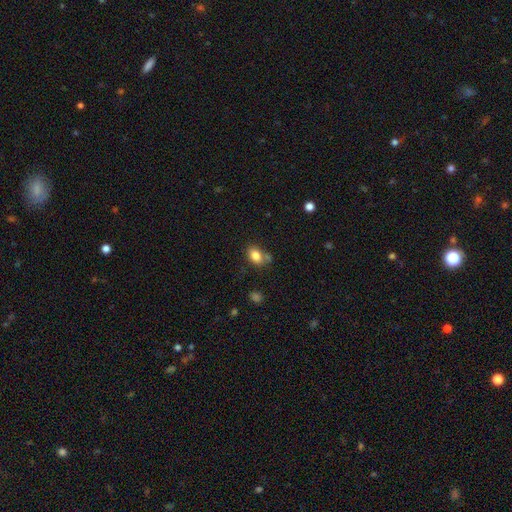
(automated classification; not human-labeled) Smooth or featured: smooth — 82% (star or artifact — 10%)
How rounded: in between — 72% (round — 27%)
Merging: none — 63% (minor disturbance — 19%)